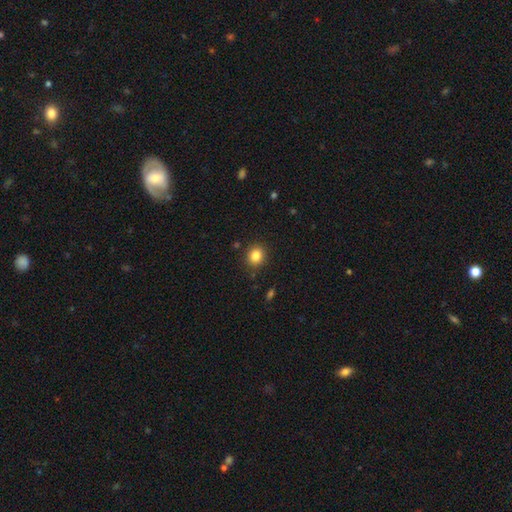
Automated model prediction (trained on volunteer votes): The model was most divided on "how rounded": round: 77%, in between: 22%, cigar-shaped: 1%. More confident: merging — none (88%); smooth or featured — smooth (84%).